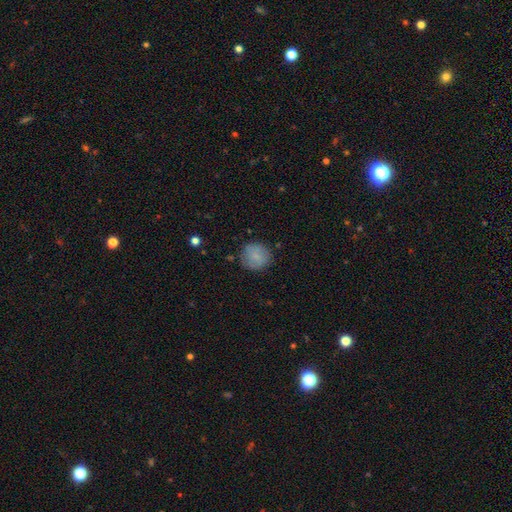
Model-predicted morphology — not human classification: Overall: smooth (81%). How rounded: round (90%). Merging: none (80%).